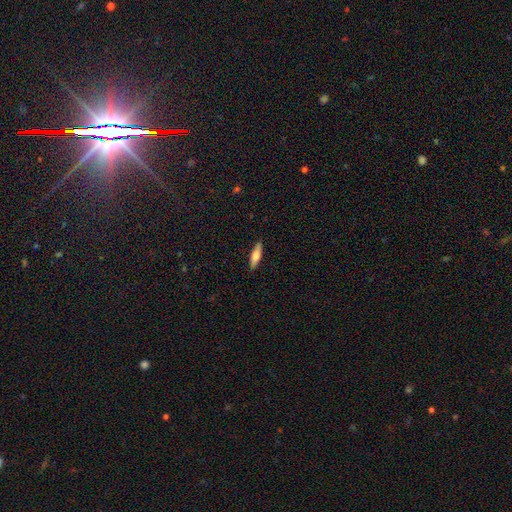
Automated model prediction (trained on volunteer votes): This appears to be a smooth galaxy with no disk features (63%) that is cigar-shaped (63%). Merging: none (89%).